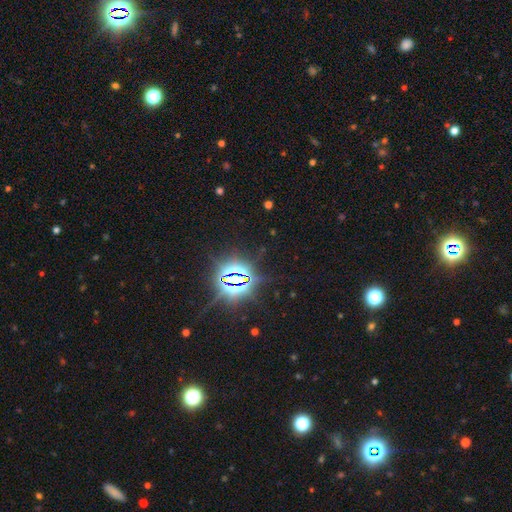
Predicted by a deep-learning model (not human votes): This appears to be a star or artifact, not a galaxy (84%).